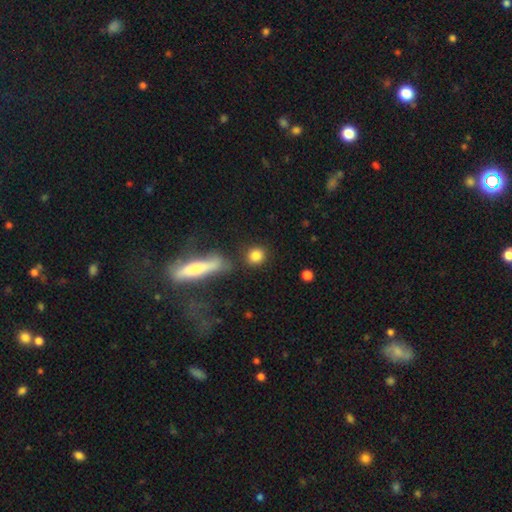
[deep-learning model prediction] smooth 83%, star or artifact 9%, featured or disk 8%. Down the decision tree: how rounded — round (82%); merging — none (75%).